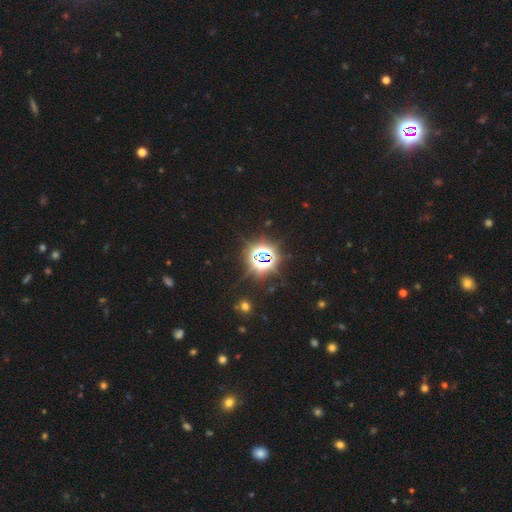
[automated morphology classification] The model was most divided on "smooth or featured": star or artifact: 79%, smooth: 12%, featured or disk: 9%.